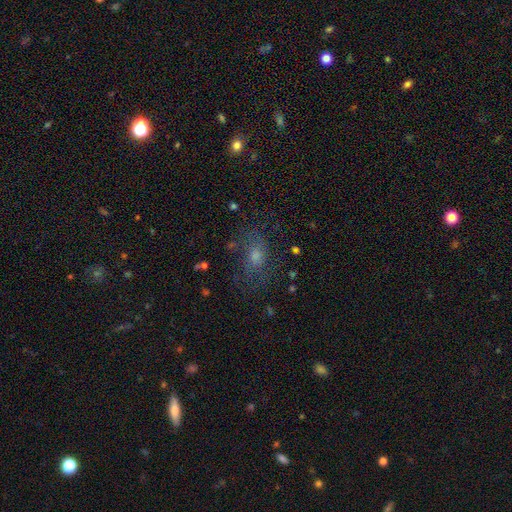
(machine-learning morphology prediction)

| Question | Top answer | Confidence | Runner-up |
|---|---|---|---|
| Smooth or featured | smooth | 51% | featured or disk (30%) |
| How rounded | in between | 64% | round (33%) |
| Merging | none | 60% | minor disturbance (21%) |